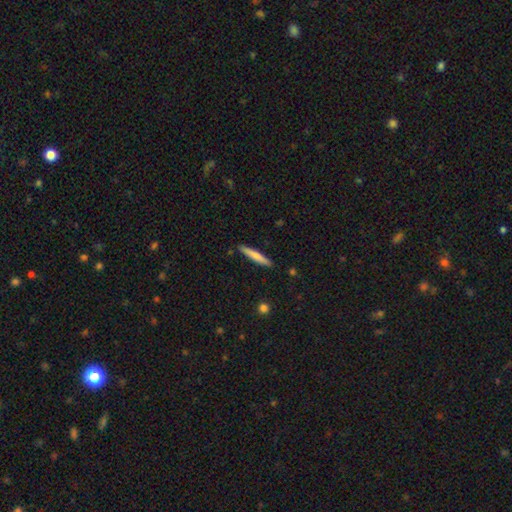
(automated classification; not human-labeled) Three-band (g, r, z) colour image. It shows a smooth galaxy with no disk features (70%) that is cigar-shaped (95%). Merging: none (90%).